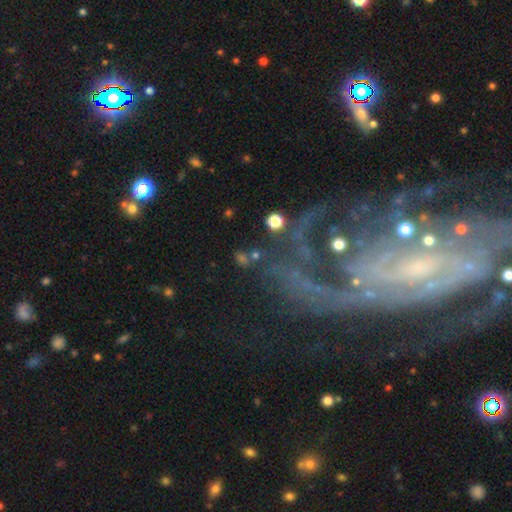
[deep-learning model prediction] Morphology: type=featured or disk (46%); merging=none (63%).